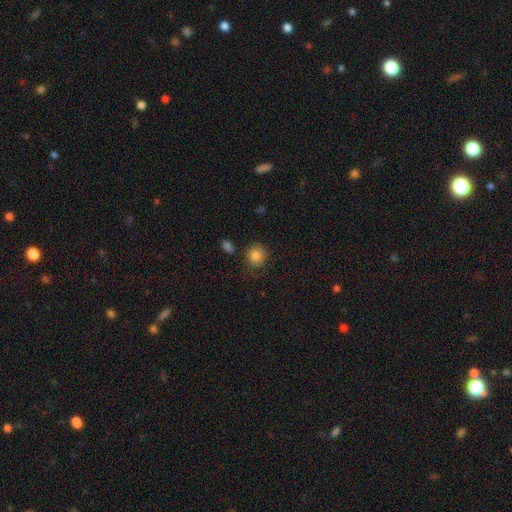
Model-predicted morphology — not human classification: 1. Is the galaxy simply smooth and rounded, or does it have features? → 83% smooth, 10% star or artifact, 6% featured or disk.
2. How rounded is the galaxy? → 88% round, 12% in between, 1% cigar-shaped.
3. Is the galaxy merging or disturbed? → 76% none, 15% minor disturbance, 5% major disturbance, 4% merger.